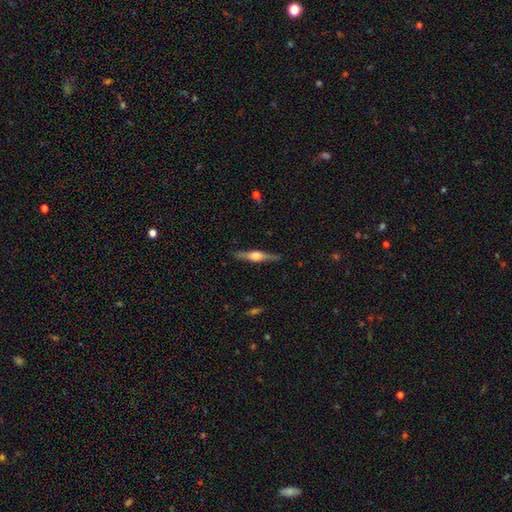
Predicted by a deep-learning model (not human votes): featured or disk 74%, smooth 20%, star or artifact 6%. Down the decision tree: edge-on disk — yes (98%); edge-on bulge — rounded (84%); merging — none (88%).